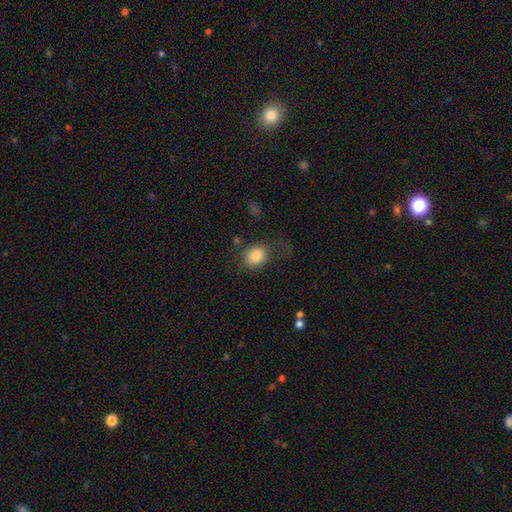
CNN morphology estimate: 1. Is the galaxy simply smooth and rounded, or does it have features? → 84% smooth, 9% star or artifact, 8% featured or disk.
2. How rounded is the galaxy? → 50% round, 49% in between, 1% cigar-shaped.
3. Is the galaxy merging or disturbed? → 56% none, 22% minor disturbance, 18% major disturbance, 4% merger.